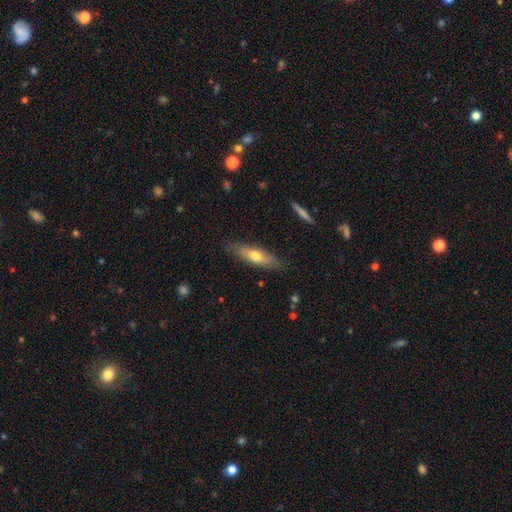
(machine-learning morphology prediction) Overall: smooth (60%; featured or disk 34%). How rounded: cigar-shaped (58%; in between 40%). Merging: none (83%).